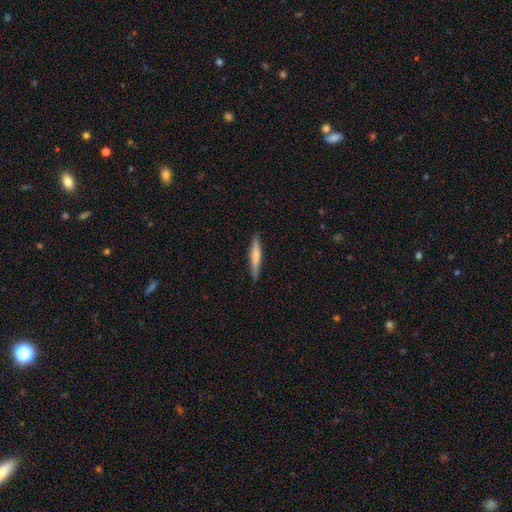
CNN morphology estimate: smooth-or-featured: smooth: 58% | featured or disk: 37% | star or artifact: 6%
  how-rounded: cigar-shaped: 93% | in between: 6% | round: 1%
  merging: none: 88% | minor disturbance: 9% | major disturbance: 2% | merger: 1%